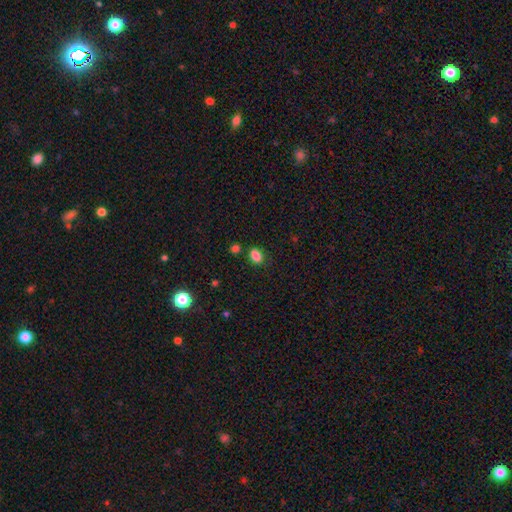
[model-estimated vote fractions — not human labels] smooth-or-featured: smooth: 85% | star or artifact: 11% | featured or disk: 4%
  how-rounded: in between: 76% | round: 22% | cigar-shaped: 1%
  merging: none: 78% | minor disturbance: 13% | merger: 6% | major disturbance: 3%